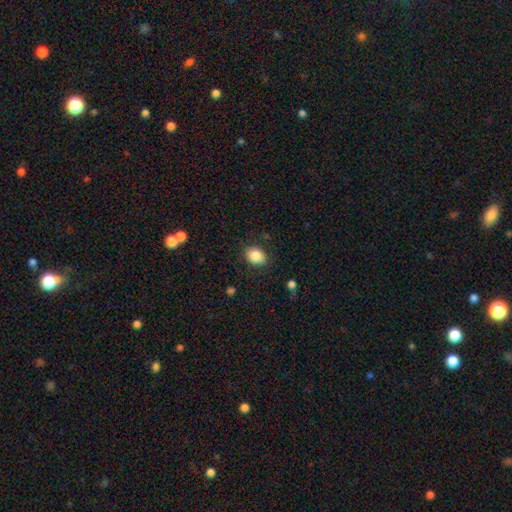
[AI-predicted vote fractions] Overall: smooth (85%). How rounded: in between (58%; round 41%). Merging: none (84%).